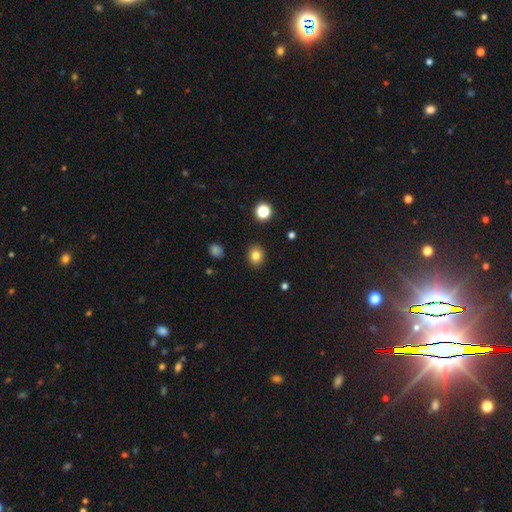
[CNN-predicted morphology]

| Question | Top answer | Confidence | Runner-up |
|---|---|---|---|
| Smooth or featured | smooth | 82% | star or artifact (12%) |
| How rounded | round | 63% | in between (36%) |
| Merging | none | 90% | minor disturbance (7%) |